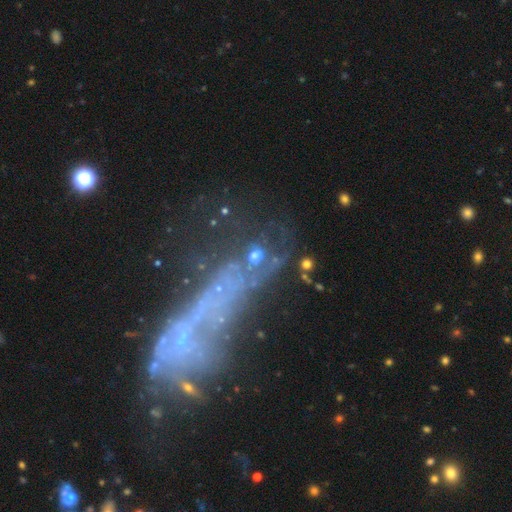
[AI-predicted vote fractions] Overall: featured or disk (43%; smooth 30%). Merging: none (42%; major disturbance 24%).